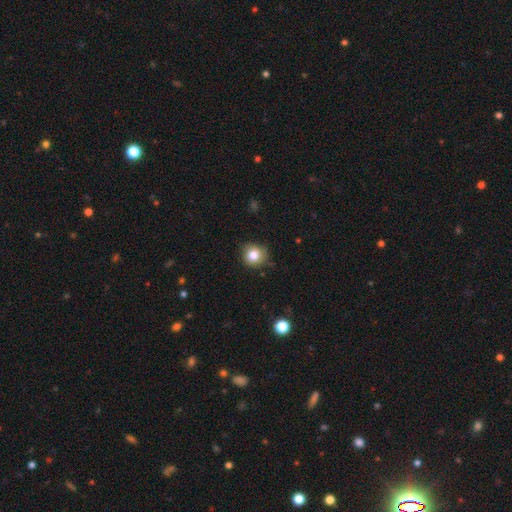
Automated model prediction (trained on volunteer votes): Smooth or featured?
  - smooth: 80% *
  - star or artifact: 12%
  - featured or disk: 8%
How rounded?
  - round: 88% *
  - in between: 11%
  - cigar-shaped: 1%
Merging?
  - none: 83% *
  - minor disturbance: 13%
  - major disturbance: 3%
  - merger: 1%